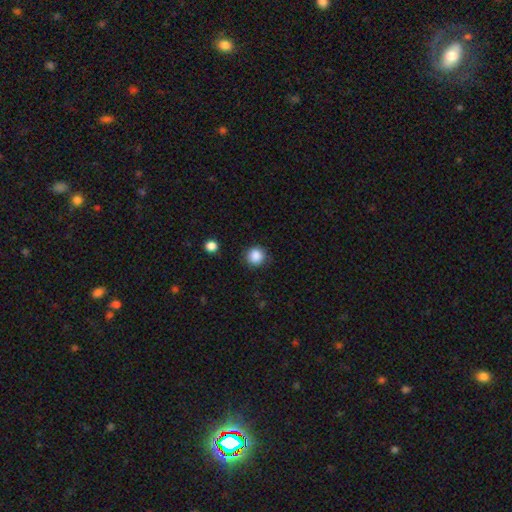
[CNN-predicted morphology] Smooth or featured: smooth — 87% (star or artifact — 10%)
How rounded: round — 93% (in between — 6%)
Merging: none — 87% (minor disturbance — 9%)